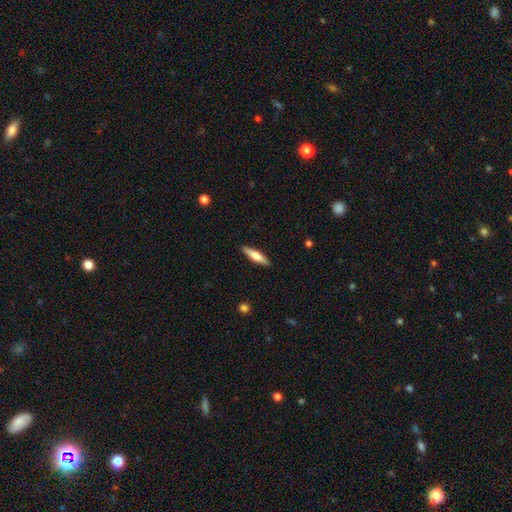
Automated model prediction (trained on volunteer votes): Smooth or featured?
  - smooth: 62% *
  - featured or disk: 33%
  - star or artifact: 6%
How rounded?
  - cigar-shaped: 78% *
  - in between: 20%
  - round: 2%
Merging?
  - none: 89% *
  - minor disturbance: 8%
  - major disturbance: 2%
  - merger: 1%